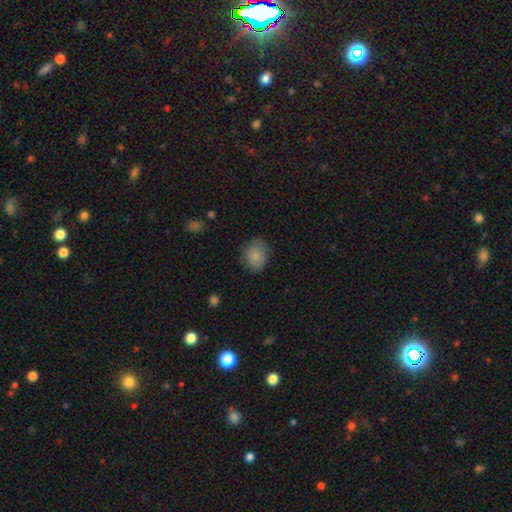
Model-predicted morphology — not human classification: Q: Smooth or featured?
A: smooth (81%); runner-up: featured or disk (11%)
Q: How rounded?
A: round (54%); runner-up: in between (45%)
Q: Merging?
A: none (69%); runner-up: minor disturbance (24%)